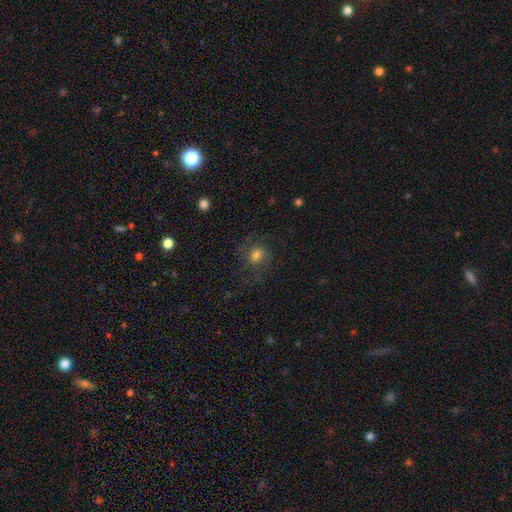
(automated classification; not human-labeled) Smooth or featured?
  - smooth: 56% *
  - featured or disk: 31%
  - star or artifact: 13%
How rounded?
  - round: 70% *
  - in between: 29%
  - cigar-shaped: 1%
Merging?
  - none: 66% *
  - minor disturbance: 17%
  - major disturbance: 15%
  - merger: 2%